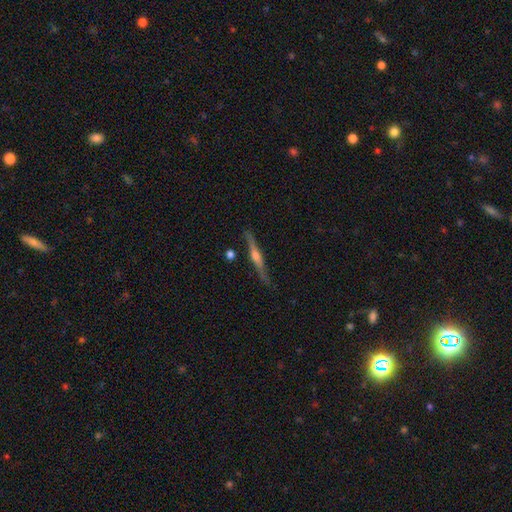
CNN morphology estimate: smooth-or-featured: featured or disk: 77% | smooth: 18% | star or artifact: 6%
  disk-edge-on: yes: 98% | no: 2%
    edge-on-bulge: rounded: 84% | boxy: 8% | none: 7%
  merging: none: 86% | minor disturbance: 10% | merger: 2% | major disturbance: 2%